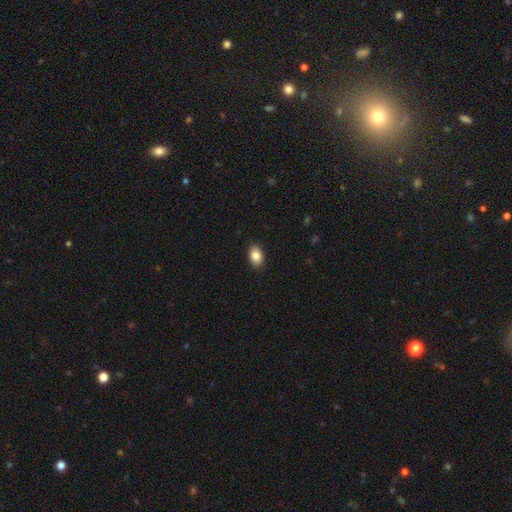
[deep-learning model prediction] This is clearly a smooth galaxy (87%). How rounded: clearly in between (87%). Merging: clearly none (89%).